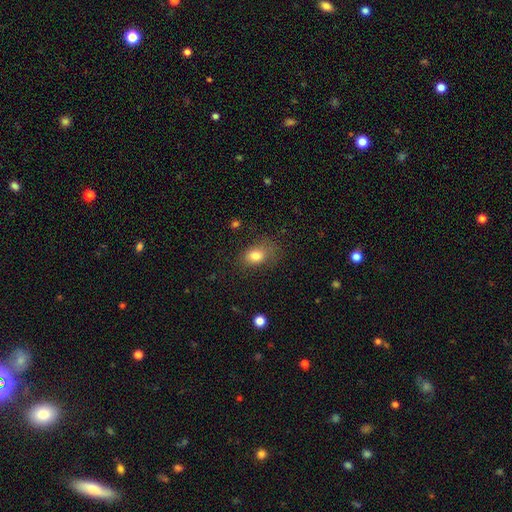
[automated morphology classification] Smooth or featured? Predicted: smooth (p=0.80). How rounded? Predicted: in between (p=0.71). Merging? Predicted: none (p=0.62).